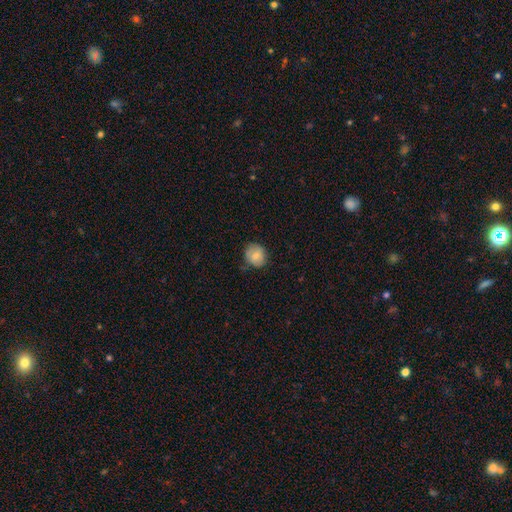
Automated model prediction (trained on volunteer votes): smooth-or-featured: smooth: 73% | featured or disk: 19% | star or artifact: 8%
  how-rounded: round: 70% | in between: 29% | cigar-shaped: 1%
  merging: none: 72% | minor disturbance: 22% | major disturbance: 5% | merger: 1%